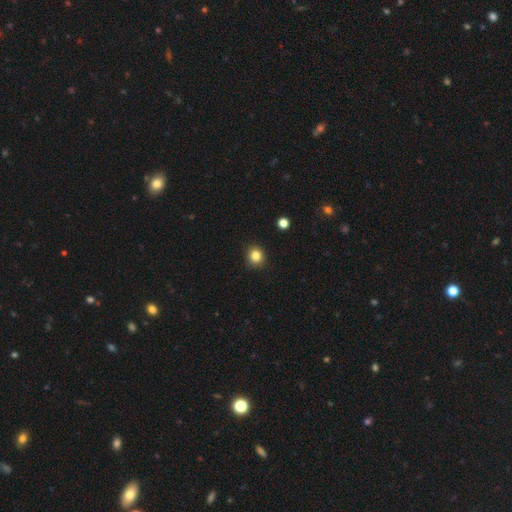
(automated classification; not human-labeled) Smooth or featured?
  - smooth: 84% *
  - star or artifact: 12%
  - featured or disk: 5%
How rounded?
  - round: 89% *
  - in between: 11%
  - cigar-shaped: 1%
Merging?
  - none: 91% *
  - minor disturbance: 6%
  - major disturbance: 2%
  - merger: 1%